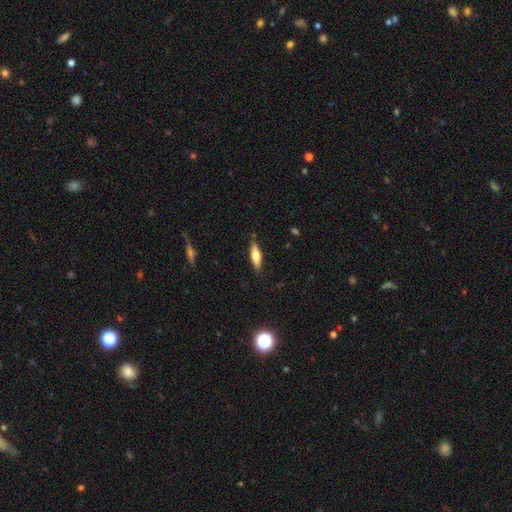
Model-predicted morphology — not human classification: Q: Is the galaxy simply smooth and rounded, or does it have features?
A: smooth — 61%.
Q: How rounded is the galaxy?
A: cigar-shaped — 55%.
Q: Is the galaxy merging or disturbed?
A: none — 86%.